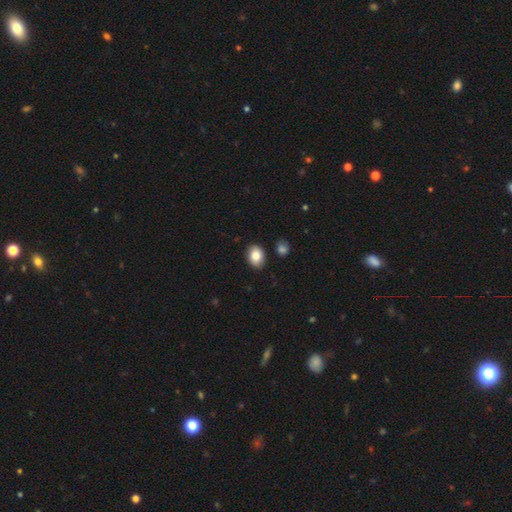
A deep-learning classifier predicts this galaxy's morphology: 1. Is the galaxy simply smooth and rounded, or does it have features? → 85% smooth, 8% star or artifact, 7% featured or disk.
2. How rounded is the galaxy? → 74% in between, 25% round, 1% cigar-shaped.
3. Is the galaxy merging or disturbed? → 86% none, 9% minor disturbance, 3% merger, 2% major disturbance.